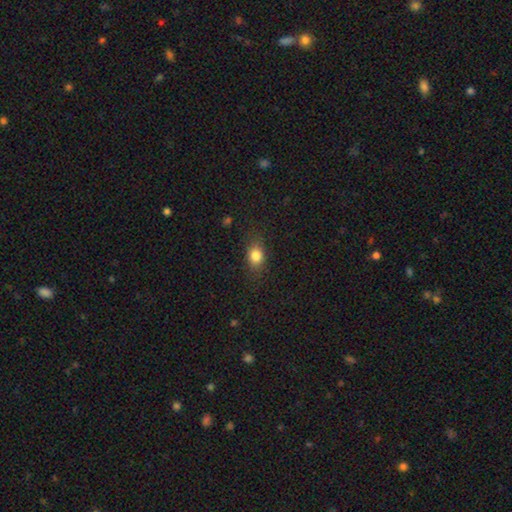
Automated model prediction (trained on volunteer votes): Q: Smooth or featured?
A: smooth (82%); runner-up: star or artifact (10%)
Q: How rounded?
A: in between (66%); runner-up: round (31%)
Q: Merging?
A: none (80%); runner-up: minor disturbance (14%)